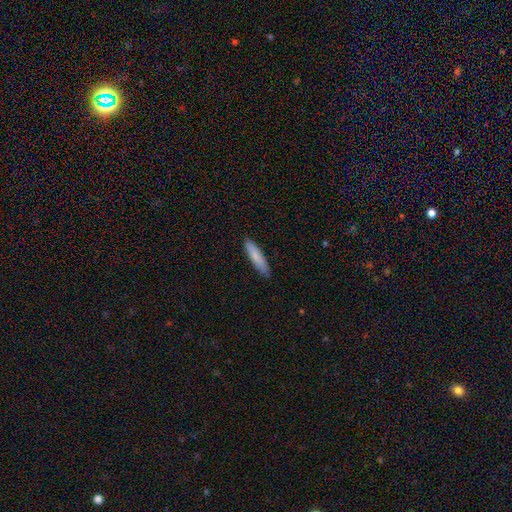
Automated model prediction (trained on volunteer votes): Smooth or featured?
  - smooth: 81% *
  - featured or disk: 14%
  - star or artifact: 6%
How rounded?
  - cigar-shaped: 82% *
  - in between: 17%
  - round: 1%
Merging?
  - none: 88% *
  - minor disturbance: 9%
  - major disturbance: 2%
  - merger: 1%